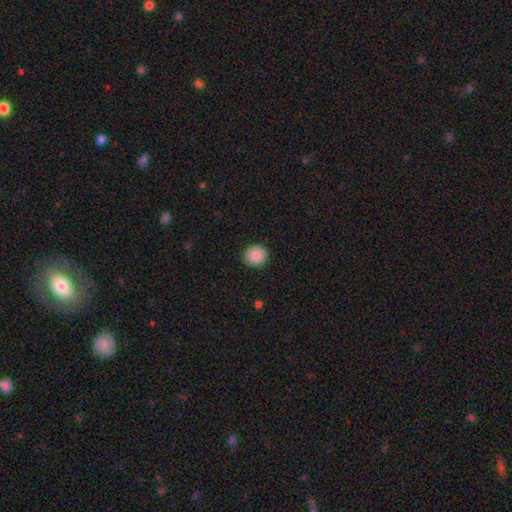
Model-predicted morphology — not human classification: Overall: smooth (87%). How rounded: round (89%). Merging: none (91%).